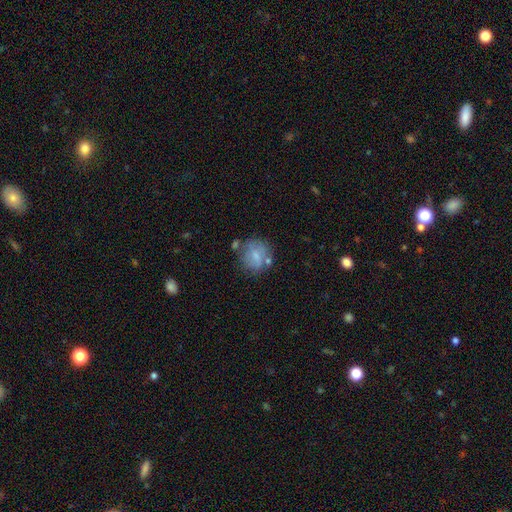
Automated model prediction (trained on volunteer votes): Morphology: type=smooth (65%); roundness=round (74%); merging=none (59%).